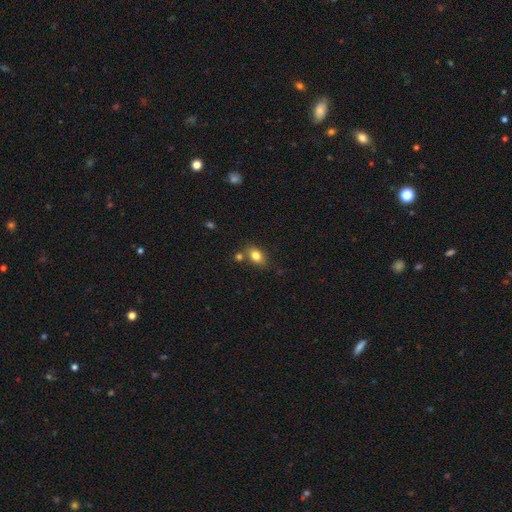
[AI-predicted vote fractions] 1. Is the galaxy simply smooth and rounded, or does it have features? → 81% smooth, 10% star or artifact, 9% featured or disk.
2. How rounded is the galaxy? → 77% in between, 21% round, 2% cigar-shaped.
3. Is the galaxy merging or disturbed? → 67% none, 15% merger, 14% minor disturbance, 4% major disturbance.